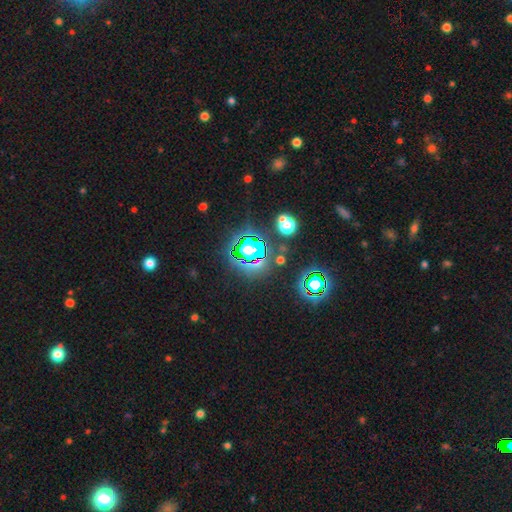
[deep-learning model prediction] The model was most divided on "smooth or featured": star or artifact: 80%, smooth: 13%, featured or disk: 7%.